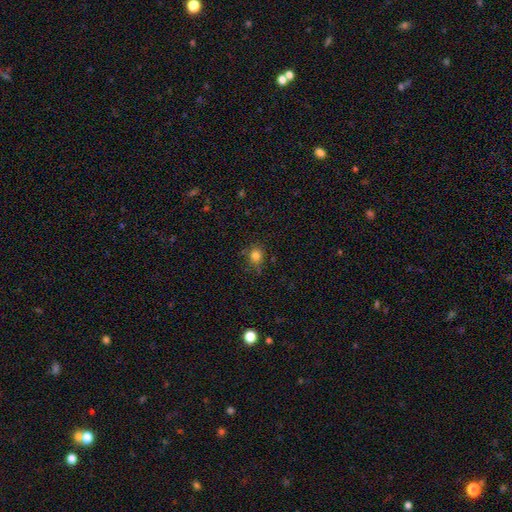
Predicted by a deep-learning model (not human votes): Smooth or featured: smooth — 81% (star or artifact — 14%)
How rounded: round — 76% (in between — 23%)
Merging: none — 79% (minor disturbance — 15%)